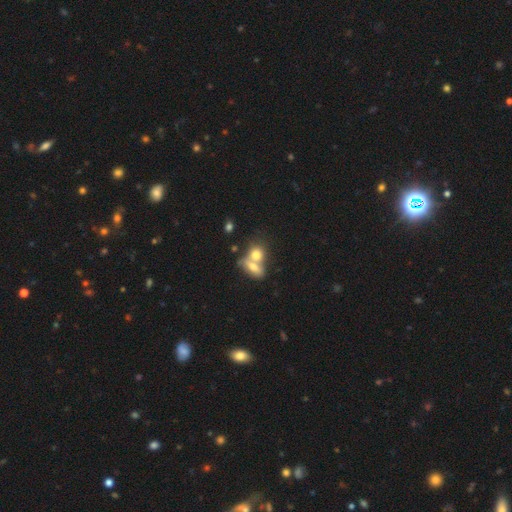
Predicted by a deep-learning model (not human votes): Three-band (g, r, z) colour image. It shows a smooth galaxy with no disk features (72%) that is in between round and cigar-shaped (52%). Merging: merger (64%).